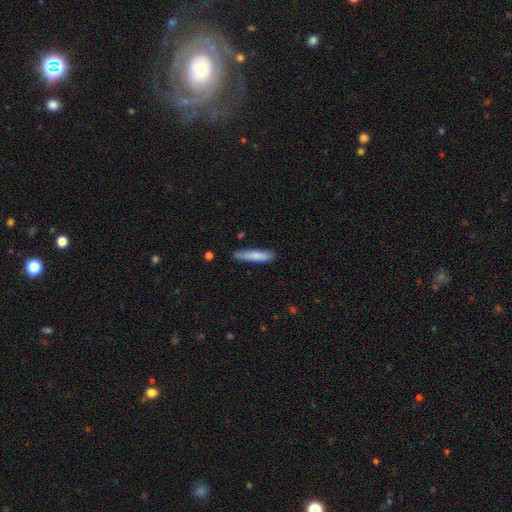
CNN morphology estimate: This appears to be a smooth galaxy with no disk features (80%) that is cigar-shaped (85%). Merging: none (78%).